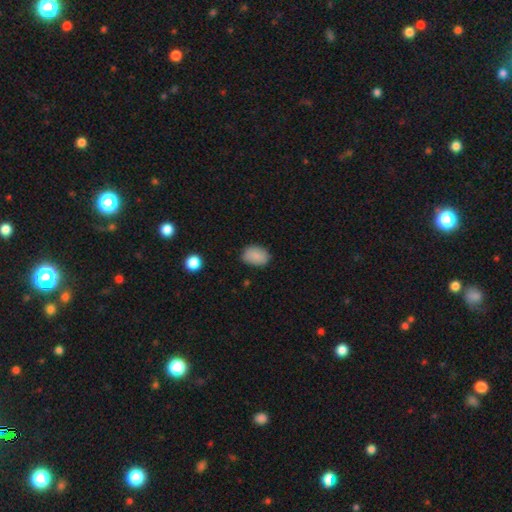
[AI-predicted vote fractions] smooth_or_featured: smooth (p=0.86) [alt: star or artifact p=0.08]
how_rounded: in between (p=0.81) [alt: round p=0.17]
merging: none (p=0.81) [alt: minor disturbance p=0.15]